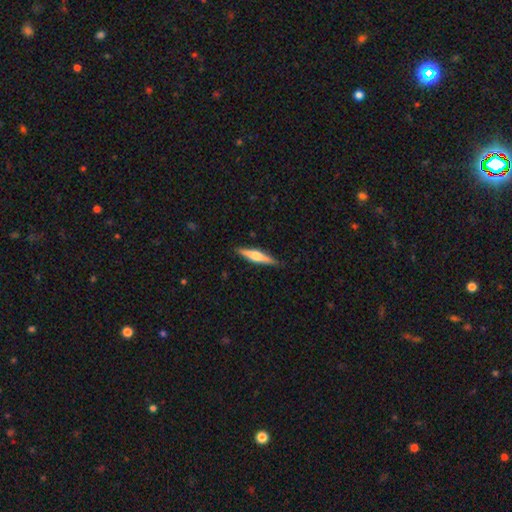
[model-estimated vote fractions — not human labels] Smooth or featured: featured or disk — 55% (smooth — 40%)
Edge-on disk: yes — 97% (no — 3%)
Edge-on bulge: rounded — 81% (boxy — 13%)
Merging: none — 89% (minor disturbance — 9%)